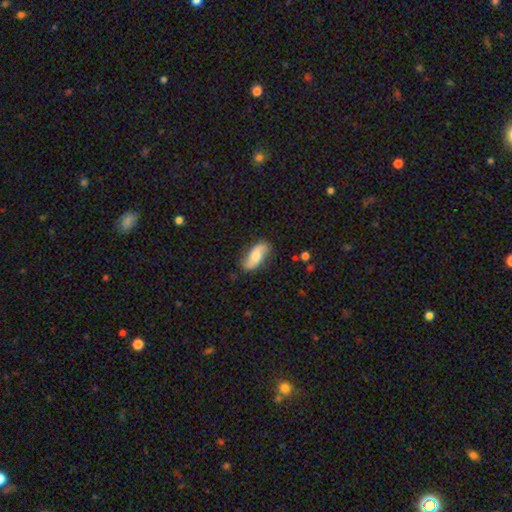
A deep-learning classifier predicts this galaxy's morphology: Smooth or featured? Predicted: smooth (p=0.59). How rounded? Predicted: in between (p=0.84). Merging? Predicted: none (p=0.76).